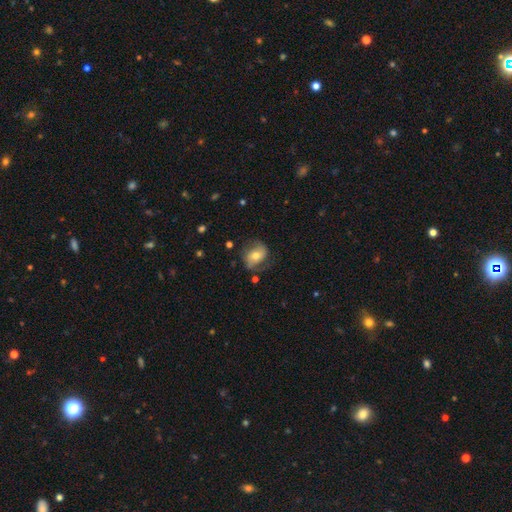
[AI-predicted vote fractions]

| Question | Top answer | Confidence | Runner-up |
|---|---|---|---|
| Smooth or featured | featured or disk | 50% | smooth (42%) |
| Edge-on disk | no | 96% | yes (4%) |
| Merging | none | 61% | minor disturbance (23%) |